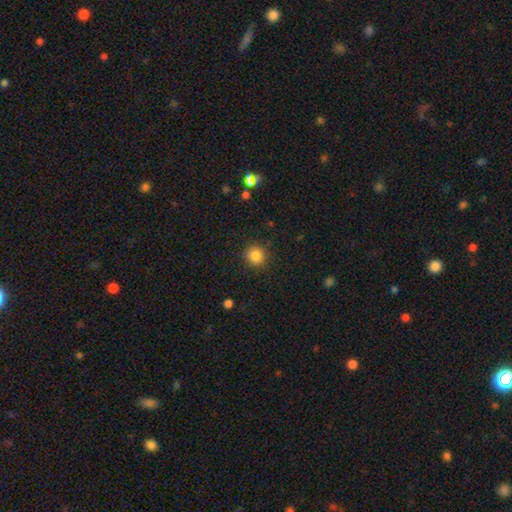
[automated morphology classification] type=smooth (84%); roundness=round (89%); merging=none (88%).